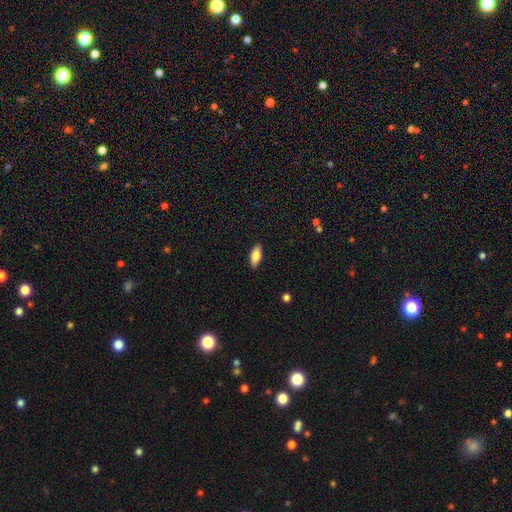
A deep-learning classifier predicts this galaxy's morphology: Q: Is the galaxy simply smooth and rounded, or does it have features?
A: smooth — 80%.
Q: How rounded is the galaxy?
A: in between — 85%.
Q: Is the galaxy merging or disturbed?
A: none — 89%.